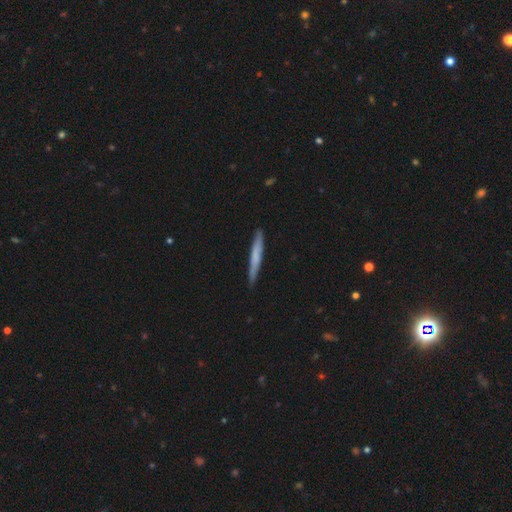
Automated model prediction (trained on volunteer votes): Smooth or featured? smooth (62%)
How rounded? cigar-shaped (96%)
Merging? none (89%)